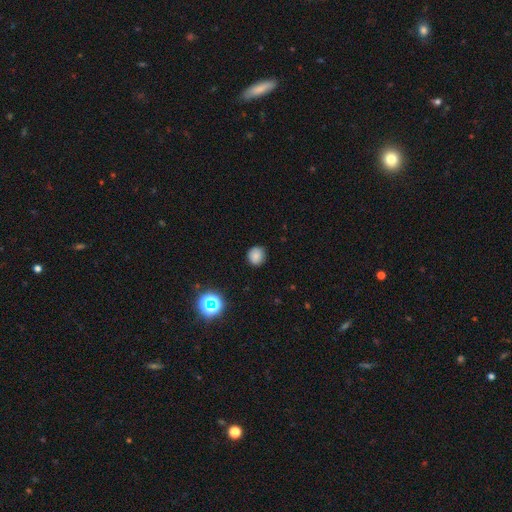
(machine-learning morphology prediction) type=smooth (82%); roundness=round (87%); merging=none (87%).